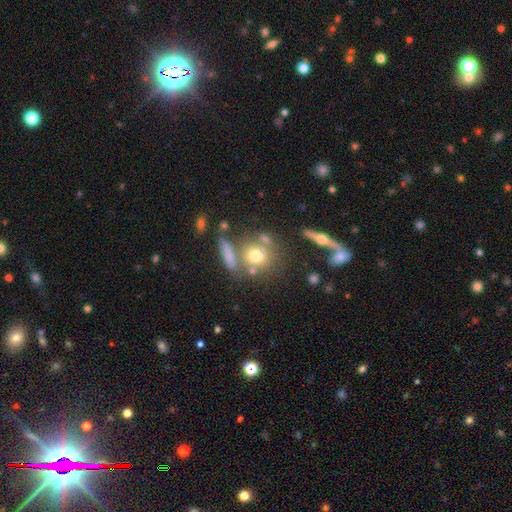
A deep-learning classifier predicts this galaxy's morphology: A smooth galaxy with no disk features (67%) that is round (80%).

Vote fractions:
- Smooth or featured? smooth: 67% / featured or disk: 21% / star or artifact: 12%
- How rounded? round: 80% / in between: 16% / cigar-shaped: 4%
- Merging? none: 62% / merger: 21% / minor disturbance: 11% / major disturbance: 5%